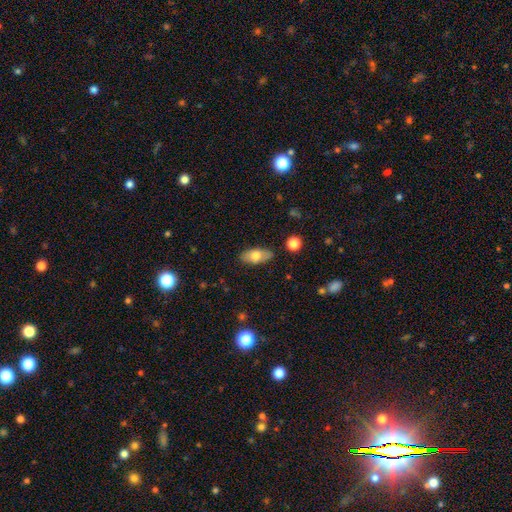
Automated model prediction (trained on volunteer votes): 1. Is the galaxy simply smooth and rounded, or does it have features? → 71% smooth, 22% featured or disk, 7% star or artifact.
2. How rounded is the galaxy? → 87% in between, 9% cigar-shaped, 4% round.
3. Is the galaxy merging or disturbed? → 82% none, 14% minor disturbance, 3% major disturbance, 2% merger.